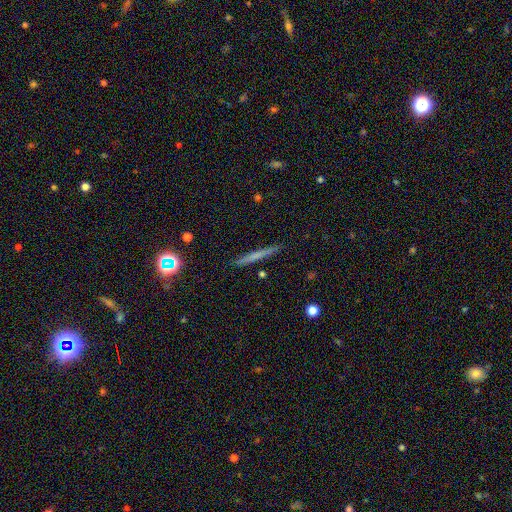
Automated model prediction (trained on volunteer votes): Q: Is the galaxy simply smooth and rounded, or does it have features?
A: smooth — 56%.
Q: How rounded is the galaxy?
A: cigar-shaped — 96%.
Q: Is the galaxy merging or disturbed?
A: none — 91%.